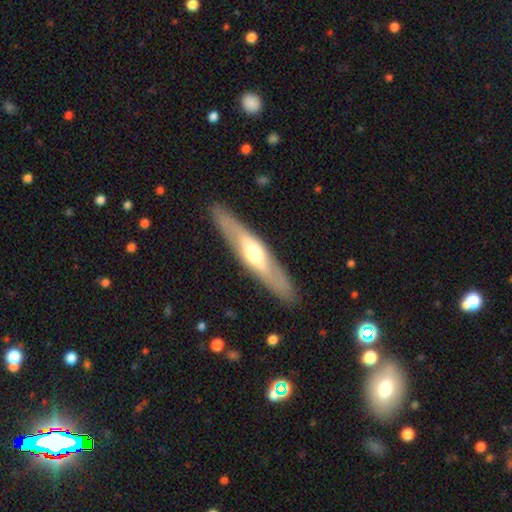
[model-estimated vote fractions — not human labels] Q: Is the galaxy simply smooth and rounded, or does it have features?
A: featured or disk — 60%.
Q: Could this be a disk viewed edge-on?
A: yes — 74%.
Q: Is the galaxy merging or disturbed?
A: none — 89%.